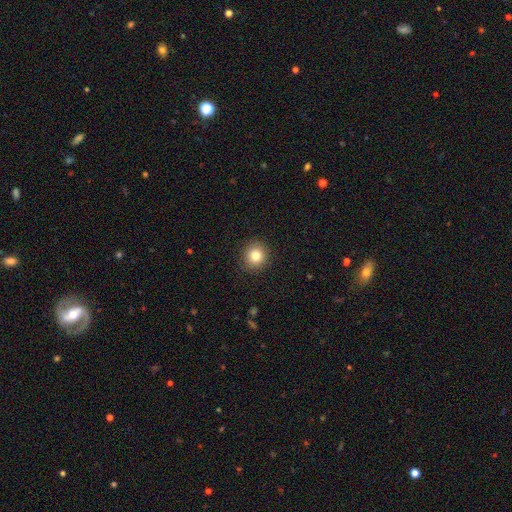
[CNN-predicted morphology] Q: Smooth or featured?
A: smooth (81%); runner-up: star or artifact (11%)
Q: How rounded?
A: round (89%); runner-up: in between (10%)
Q: Merging?
A: none (90%); runner-up: minor disturbance (7%)